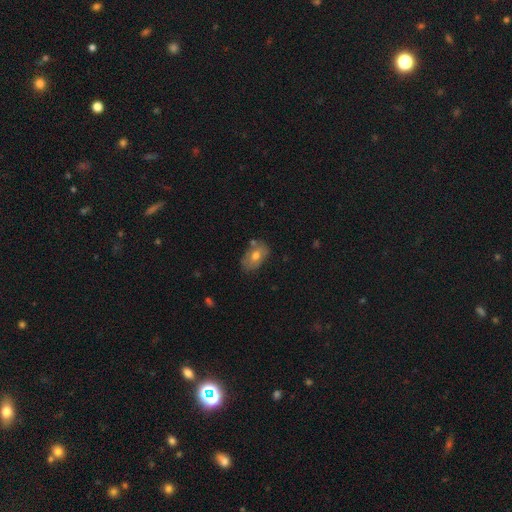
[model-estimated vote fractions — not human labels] This is likely a smooth galaxy (65%). How rounded: clearly in between (87%). Merging: likely none (68%).